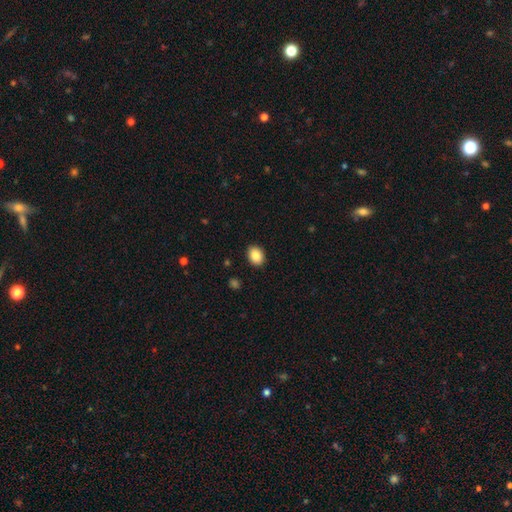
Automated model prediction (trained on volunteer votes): Q: Smooth or featured?
A: smooth (87%); runner-up: star or artifact (8%)
Q: How rounded?
A: in between (65%); runner-up: round (34%)
Q: Merging?
A: none (90%); runner-up: minor disturbance (7%)